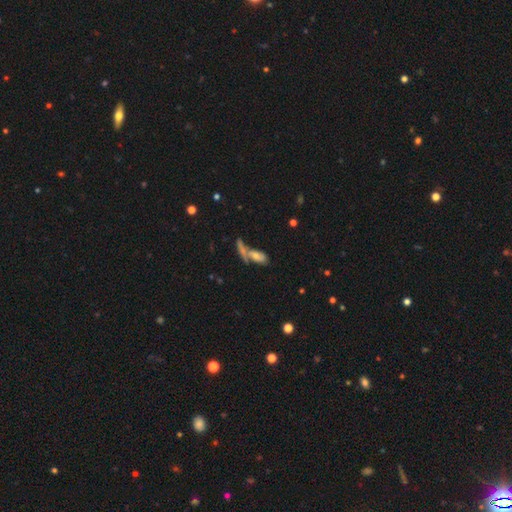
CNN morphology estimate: The model was most divided on "merging": merger: 45%, none: 34%, minor disturbance: 11%, major disturbance: 10%. More confident: how rounded — in between (69%); smooth or featured — smooth (55%).